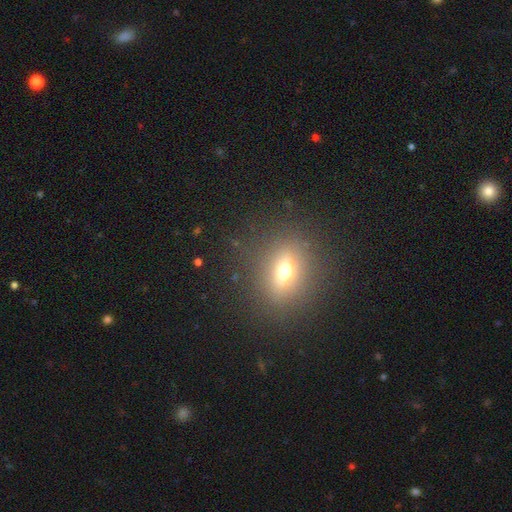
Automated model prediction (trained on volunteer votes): Smooth or featured? smooth (55%)
How rounded? round (49%)
Merging? none (90%)